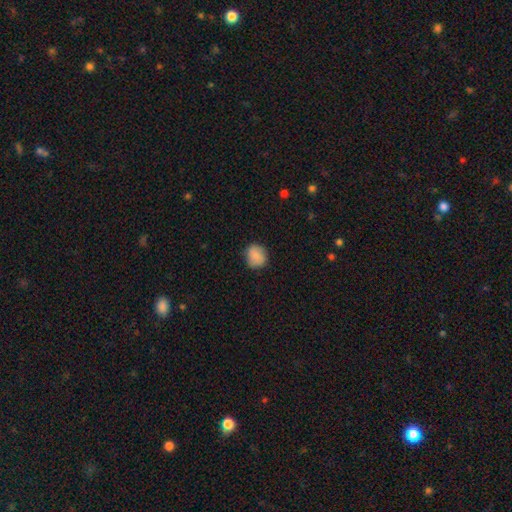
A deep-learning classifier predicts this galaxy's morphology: Overall: smooth (85%). How rounded: round (80%). Merging: none (82%).